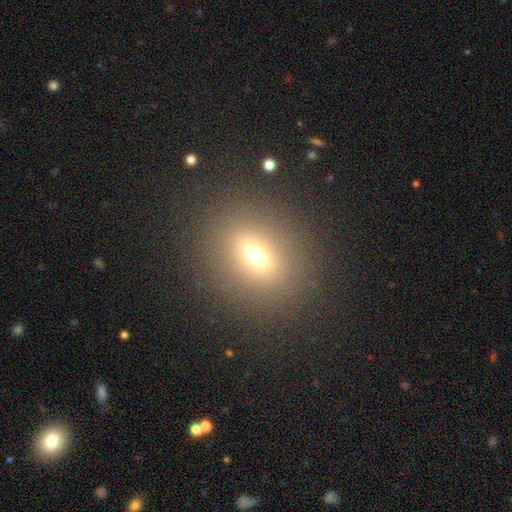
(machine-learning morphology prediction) Smooth or featured?
  - smooth: 63% *
  - star or artifact: 20%
  - featured or disk: 17%
How rounded?
  - round: 50% *
  - in between: 47%
  - cigar-shaped: 3%
Merging?
  - none: 88% *
  - minor disturbance: 7%
  - major disturbance: 4%
  - merger: 1%